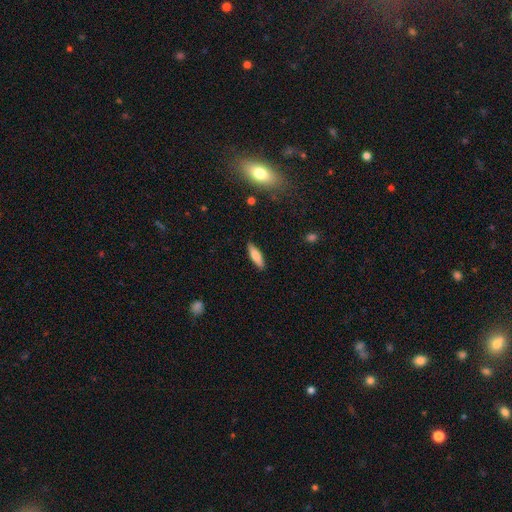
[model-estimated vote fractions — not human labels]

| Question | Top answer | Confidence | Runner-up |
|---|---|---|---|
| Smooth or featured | smooth | 75% | featured or disk (18%) |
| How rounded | cigar-shaped | 57% | in between (41%) |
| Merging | none | 88% | minor disturbance (9%) |